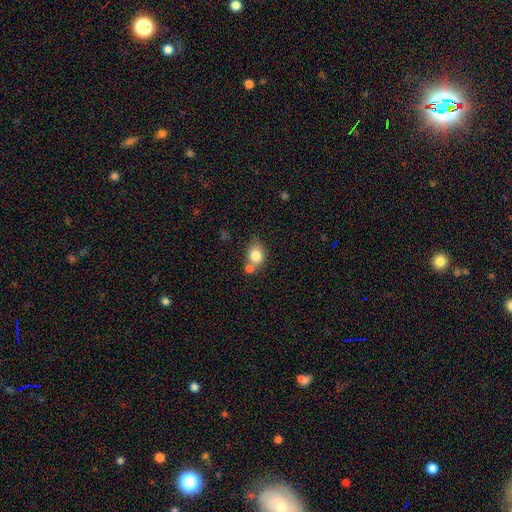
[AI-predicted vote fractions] A smooth galaxy with no disk features (79%) that is round (58%).

Vote fractions:
- Smooth or featured? smooth: 79% / featured or disk: 11% / star or artifact: 10%
- How rounded? round: 58% / in between: 41% / cigar-shaped: 1%
- Merging? none: 49% / merger: 31% / minor disturbance: 16% / major disturbance: 5%